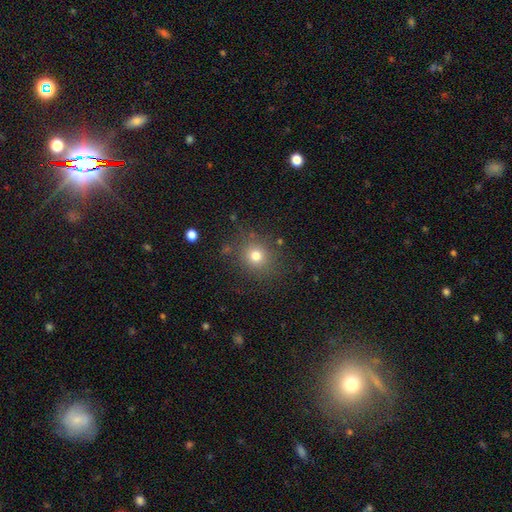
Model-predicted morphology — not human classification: type=smooth (76%); roundness=round (83%); merging=none (83%).